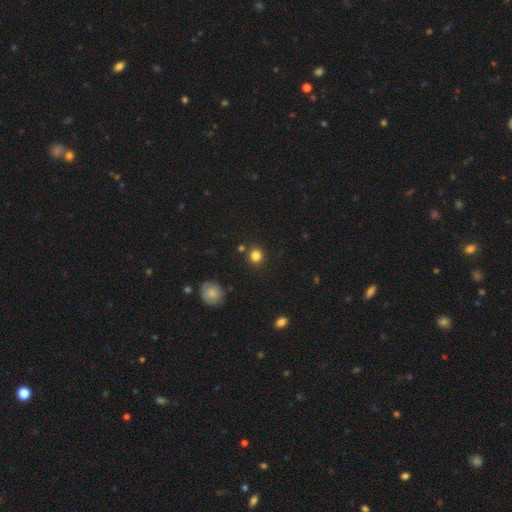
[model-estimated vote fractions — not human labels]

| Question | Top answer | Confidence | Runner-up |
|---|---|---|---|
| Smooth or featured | smooth | 82% | star or artifact (13%) |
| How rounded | round | 88% | in between (11%) |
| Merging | none | 85% | minor disturbance (7%) |